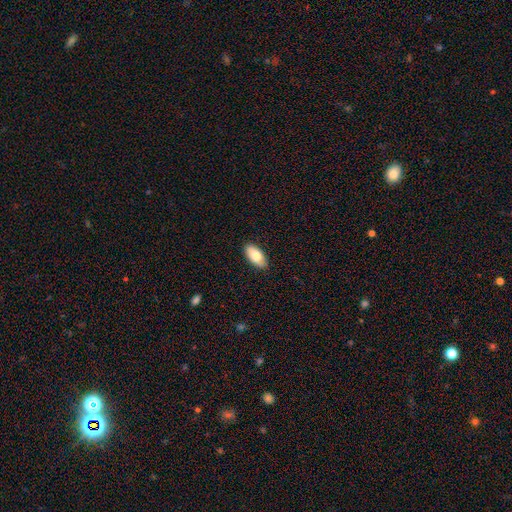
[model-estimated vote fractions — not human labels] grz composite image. It shows a smooth galaxy with no disk features (78%) that is in between round and cigar-shaped (92%). Merging: none (88%).